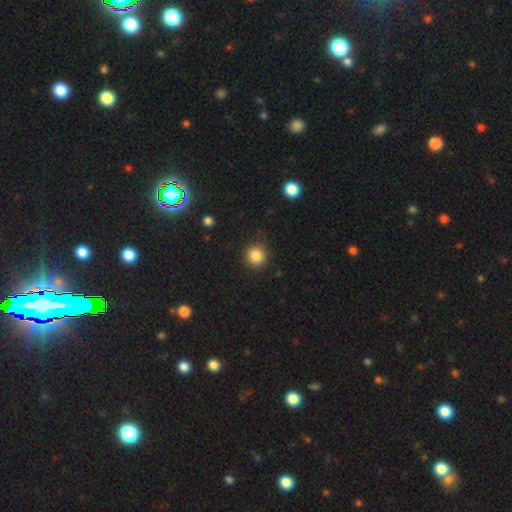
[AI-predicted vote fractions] A smooth galaxy with no disk features (85%) that is round (92%). Merging: none (88%).